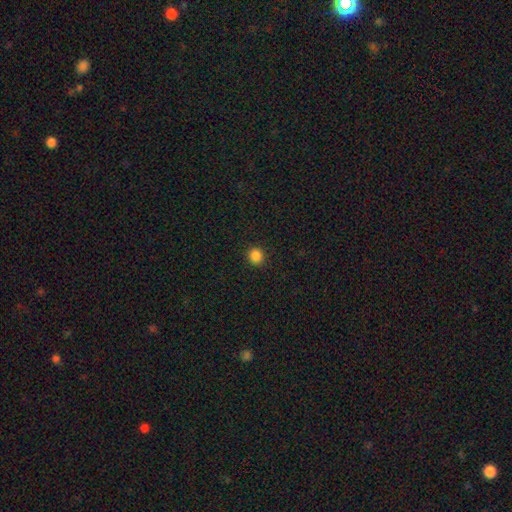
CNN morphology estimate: Q: Smooth or featured?
A: smooth (86%); runner-up: star or artifact (11%)
Q: How rounded?
A: round (91%); runner-up: in between (8%)
Q: Merging?
A: none (92%); runner-up: minor disturbance (5%)